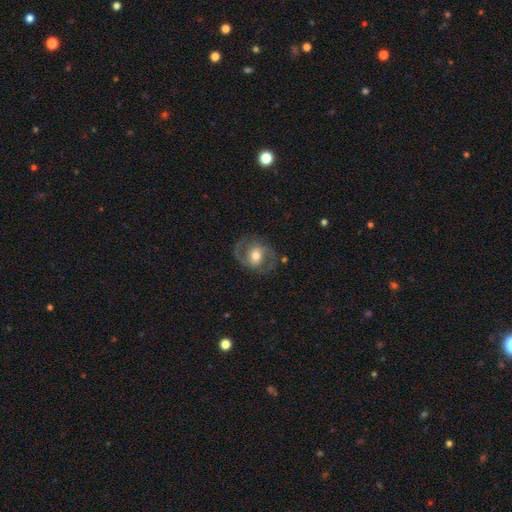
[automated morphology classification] Smooth or featured?
  - featured or disk: 76% *
  - smooth: 18%
  - star or artifact: 6%
Edge-on disk?
  - no: 97% *
  - yes: 3%
Bar?
  - no: 48% *
  - weak: 37%
  - strong: 16%
Spiral arms?
  - yes: 85% *
  - no: 15%
Spiral winding?
  - medium: 56% *
  - loose: 23%
  - tight: 21%
Spiral arm count?
  - 2: 89% *
  - can't tell: 5%
  - 1: 3%
  - 3: 1%
  - 4: 1%
  - more than 4: 1%
Bulge size?
  - moderate: 70% *
  - small: 15%
  - large: 13%
  - dominant: 1%
  - none: 1%
Merging?
  - none: 79% *
  - minor disturbance: 12%
  - major disturbance: 7%
  - merger: 1%